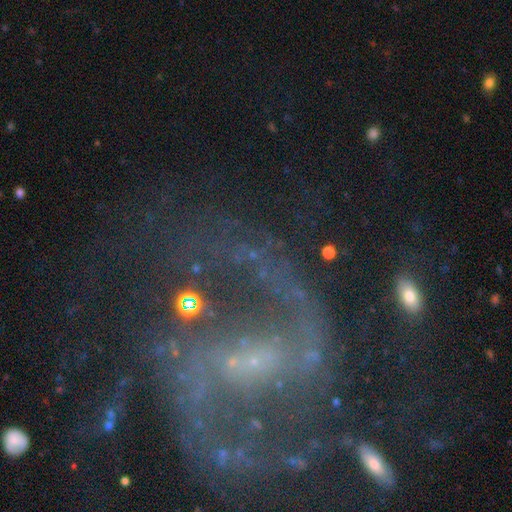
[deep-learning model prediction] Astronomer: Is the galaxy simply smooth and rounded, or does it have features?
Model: featured or disk — 81%.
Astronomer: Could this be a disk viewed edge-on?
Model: no — 98%.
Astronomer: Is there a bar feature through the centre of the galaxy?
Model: weak — 38% (runner-up: no, 35%).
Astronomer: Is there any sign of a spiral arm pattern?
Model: yes — 93%.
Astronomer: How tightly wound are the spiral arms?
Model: medium — 46% (runner-up: loose, 36%).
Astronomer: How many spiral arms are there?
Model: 2 — 86%.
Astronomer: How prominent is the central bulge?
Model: small — 69%.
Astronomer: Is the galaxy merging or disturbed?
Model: none — 63%.